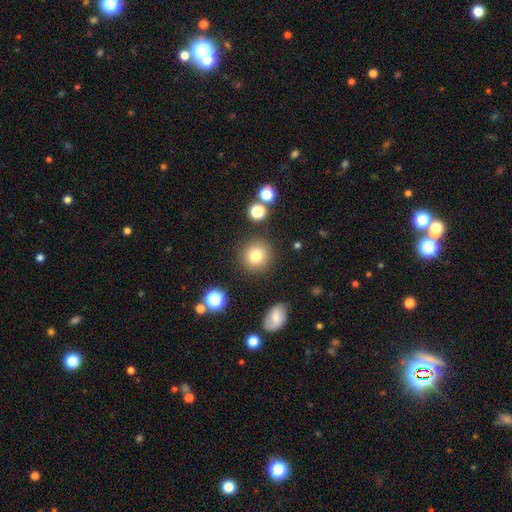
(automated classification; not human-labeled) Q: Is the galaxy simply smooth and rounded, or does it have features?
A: smooth — 80%.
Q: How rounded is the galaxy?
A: round — 93%.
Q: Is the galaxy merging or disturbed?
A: none — 86%.